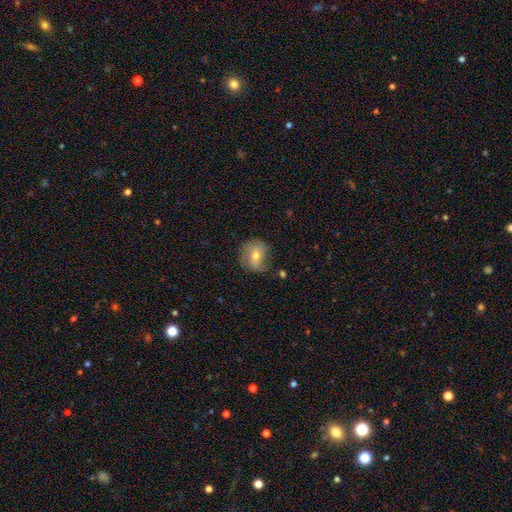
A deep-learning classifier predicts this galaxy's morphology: Q: Smooth or featured?
A: featured or disk (45%); tied with: smooth (45%)
Q: Merging?
A: none (66%); runner-up: minor disturbance (23%)